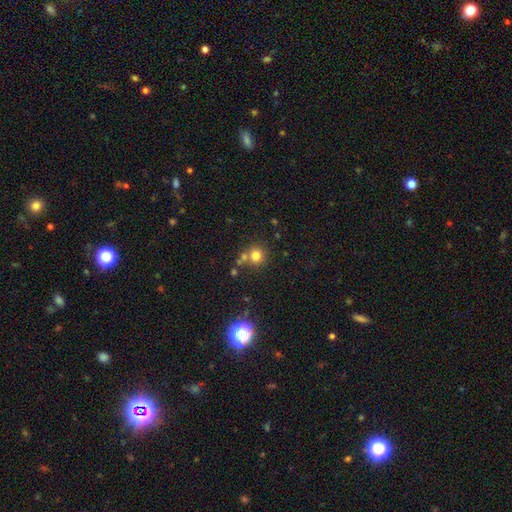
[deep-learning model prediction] A smooth galaxy with no disk features (76%) that is round (90%). Merging: none (67%).